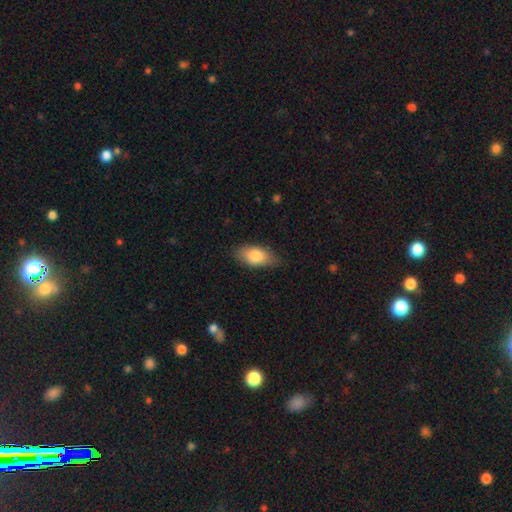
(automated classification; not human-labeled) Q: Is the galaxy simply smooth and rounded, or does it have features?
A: smooth — 79%.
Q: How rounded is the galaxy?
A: in between — 90%.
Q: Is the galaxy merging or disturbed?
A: none — 79%.